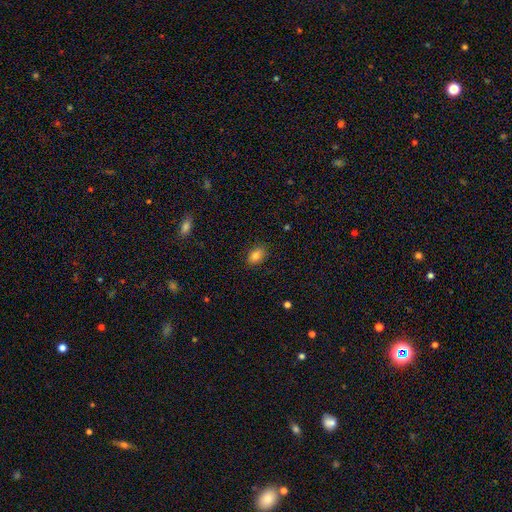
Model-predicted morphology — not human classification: Smooth or featured: smooth — 84% (star or artifact — 10%)
How rounded: in between — 81% (round — 17%)
Merging: none — 86% (minor disturbance — 10%)